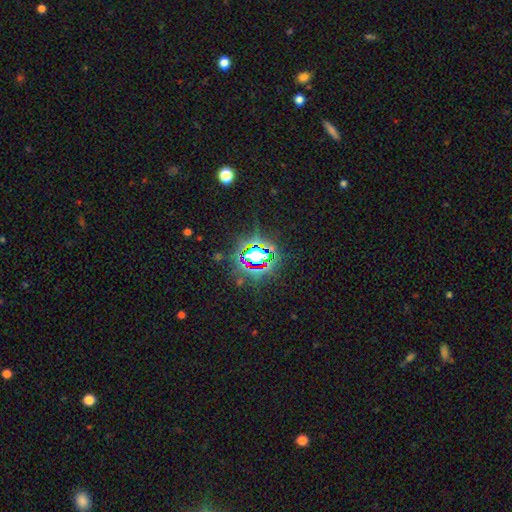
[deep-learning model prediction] Smooth or featured: star or artifact — 75% (smooth — 15%)